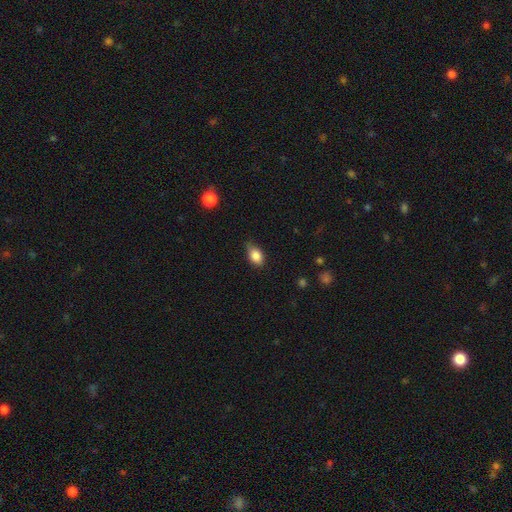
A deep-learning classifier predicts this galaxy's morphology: smooth 86%, star or artifact 8%, featured or disk 6%. Down the decision tree: how rounded — in between (83%); merging — none (69%).